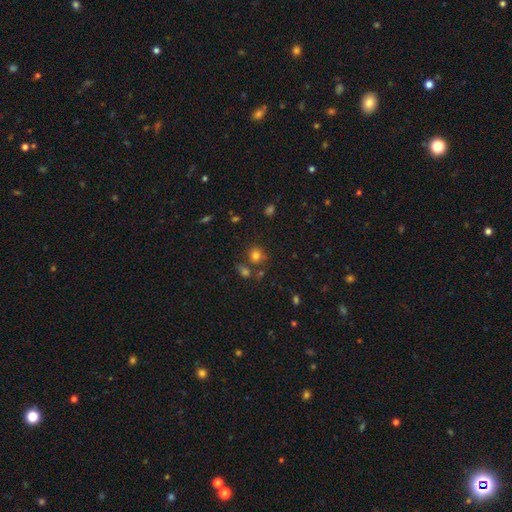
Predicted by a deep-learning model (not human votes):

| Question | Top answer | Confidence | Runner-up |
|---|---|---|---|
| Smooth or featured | smooth | 76% | star or artifact (16%) |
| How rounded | round | 79% | in between (20%) |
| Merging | none | 68% | merger (16%) |